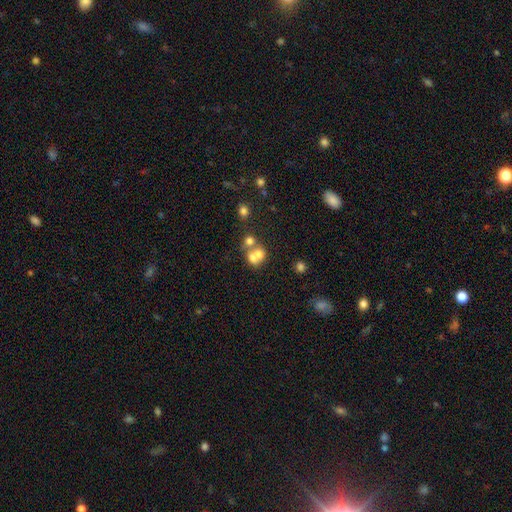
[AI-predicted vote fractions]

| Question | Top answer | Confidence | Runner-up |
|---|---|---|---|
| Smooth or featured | smooth | 62% | featured or disk (24%) |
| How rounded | round | 72% | in between (27%) |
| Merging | merger | 60% | none (29%) |